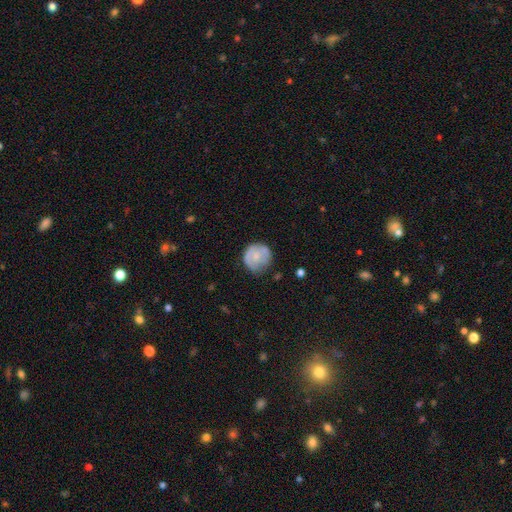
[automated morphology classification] smooth-or-featured: smooth: 55% | featured or disk: 38% | star or artifact: 7%
  how-rounded: round: 90% | in between: 9% | cigar-shaped: 1%
  merging: none: 67% | minor disturbance: 24% | major disturbance: 8% | merger: 2%